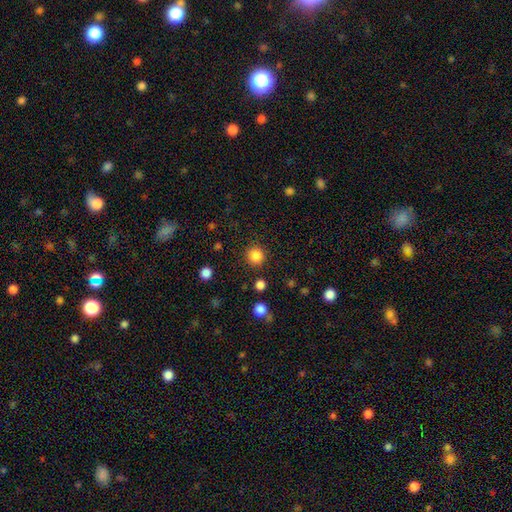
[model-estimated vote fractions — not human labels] smooth-or-featured: smooth: 86% | star or artifact: 11% | featured or disk: 3%
  how-rounded: round: 94% | in between: 5% | cigar-shaped: 1%
  merging: none: 89% | minor disturbance: 6% | major disturbance: 3% | merger: 2%